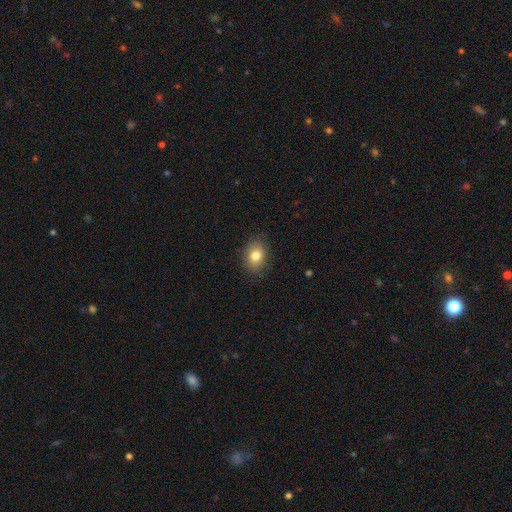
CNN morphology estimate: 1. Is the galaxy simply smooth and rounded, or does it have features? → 79% smooth, 10% star or artifact, 10% featured or disk.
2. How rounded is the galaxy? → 62% in between, 37% round, 1% cigar-shaped.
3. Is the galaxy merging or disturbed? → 86% none, 11% minor disturbance, 3% major disturbance, 1% merger.